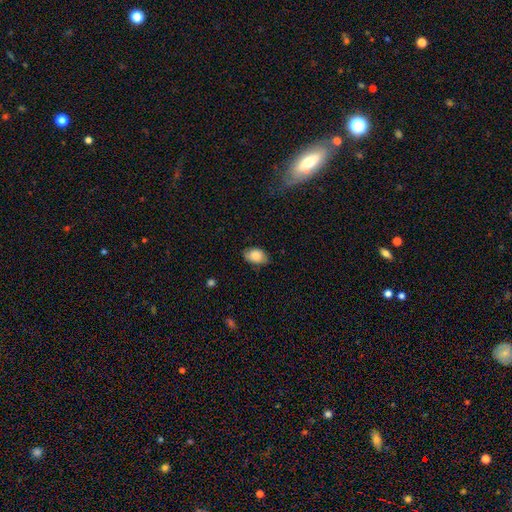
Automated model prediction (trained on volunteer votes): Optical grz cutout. It shows a smooth galaxy with no disk features (85%) that is in between round and cigar-shaped (85%). Merging: none (75%).